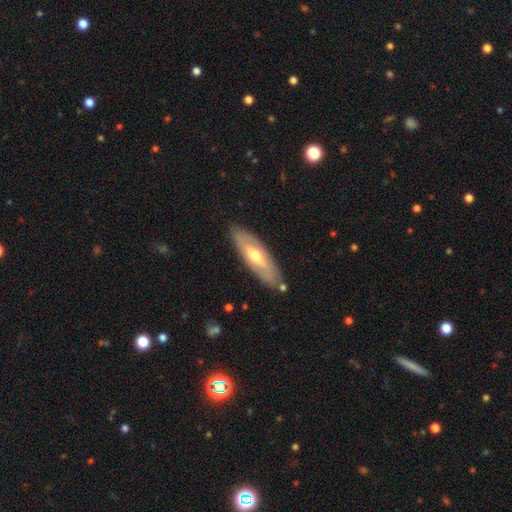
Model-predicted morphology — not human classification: A featured or disk galaxy (53%).

Vote fractions:
- Smooth or featured? featured or disk: 53% / smooth: 42% / star or artifact: 5%
- Edge-on disk? no: 62% / yes: 38%
- Merging? none: 82% / minor disturbance: 12% / major disturbance: 3% / merger: 2%